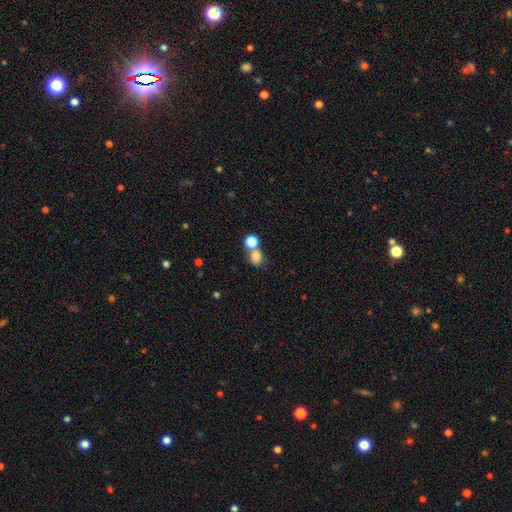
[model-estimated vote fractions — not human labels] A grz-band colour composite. It shows a smooth galaxy with no disk features (79%) that is round (62%). Merging: none (48%).